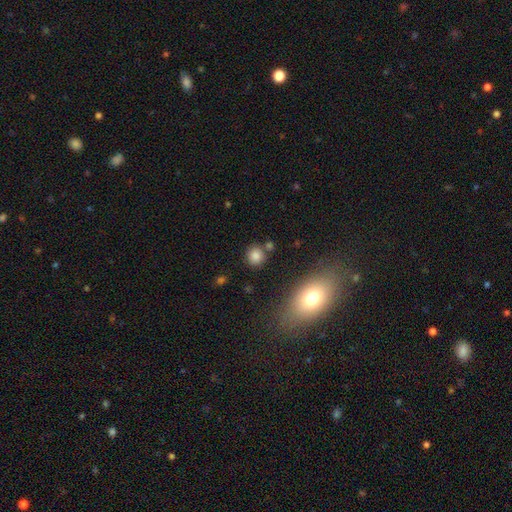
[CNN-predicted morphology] smooth-or-featured: smooth: 82% | star or artifact: 12% | featured or disk: 6%
  how-rounded: round: 87% | in between: 12% | cigar-shaped: 1%
  merging: none: 78% | minor disturbance: 10% | merger: 8% | major disturbance: 3%